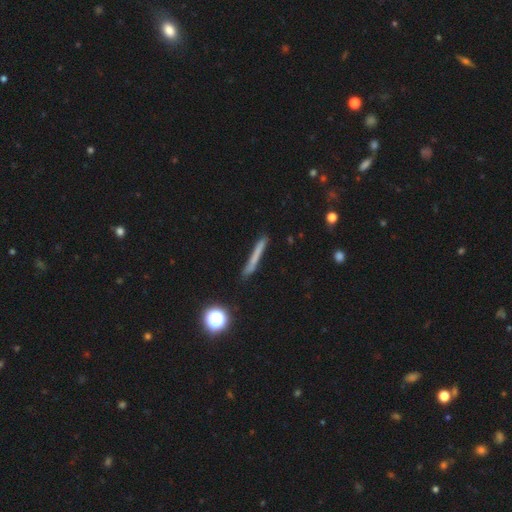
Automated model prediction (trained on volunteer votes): This is likely a smooth galaxy (61%). How rounded: clearly cigar-shaped (94%). Merging: clearly none (81%).